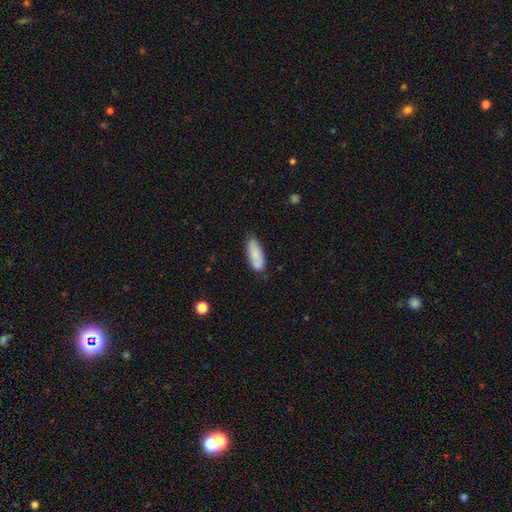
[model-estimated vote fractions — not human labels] A smooth galaxy with no disk features (82%) that is in between round and cigar-shaped (72%).

Vote fractions:
- Smooth or featured? smooth: 82% / featured or disk: 11% / star or artifact: 6%
- How rounded? in between: 72% / cigar-shaped: 26% / round: 2%
- Merging? none: 73% / minor disturbance: 20% / merger: 4% / major disturbance: 3%